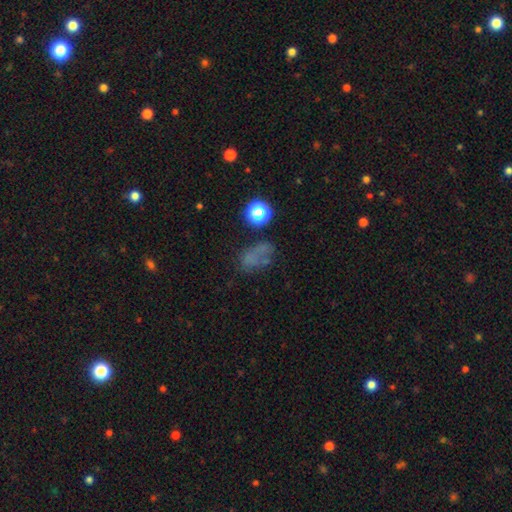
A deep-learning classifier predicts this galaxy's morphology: Smooth or featured: smooth — 51% (star or artifact — 27%)
How rounded: in between — 68% (round — 28%)
Merging: none — 44% (major disturbance — 23%)